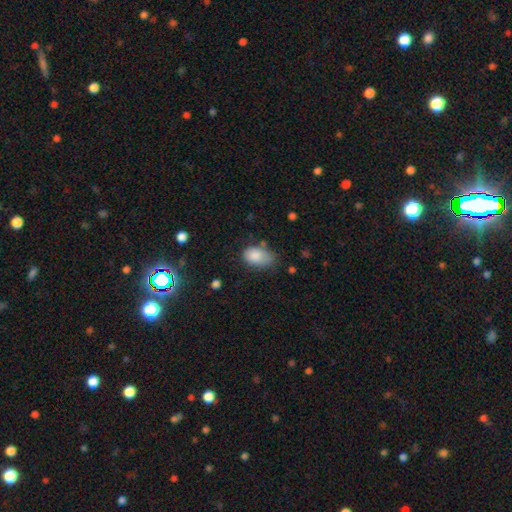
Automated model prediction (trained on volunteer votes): smooth-or-featured: smooth: 84% | featured or disk: 8% | star or artifact: 8%
  how-rounded: in between: 88% | round: 11% | cigar-shaped: 1%
  merging: none: 48% | minor disturbance: 36% | major disturbance: 11% | merger: 5%